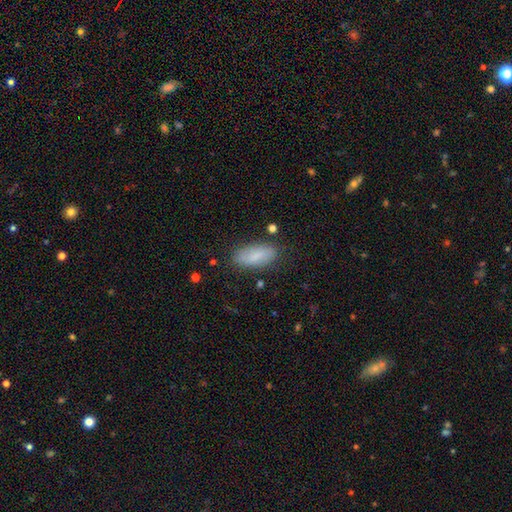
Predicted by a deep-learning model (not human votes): smooth_or_featured: smooth (p=0.80) [alt: featured or disk p=0.14]
how_rounded: in between (p=0.82) [alt: cigar-shaped p=0.16]
merging: none (p=0.80) [alt: minor disturbance p=0.14]